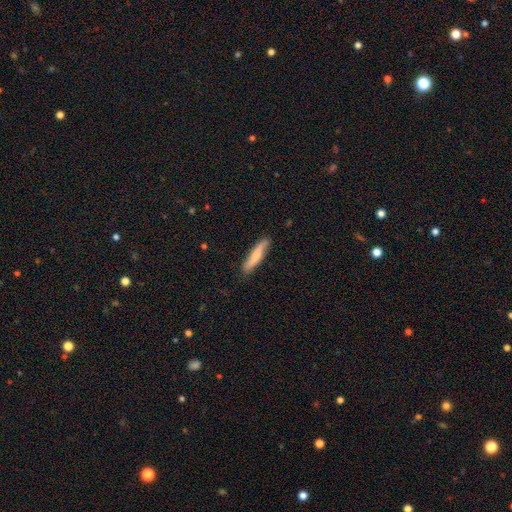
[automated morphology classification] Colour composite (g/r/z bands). It shows a smooth galaxy with no disk features (60%) that is cigar-shaped (87%). Merging: none (85%).